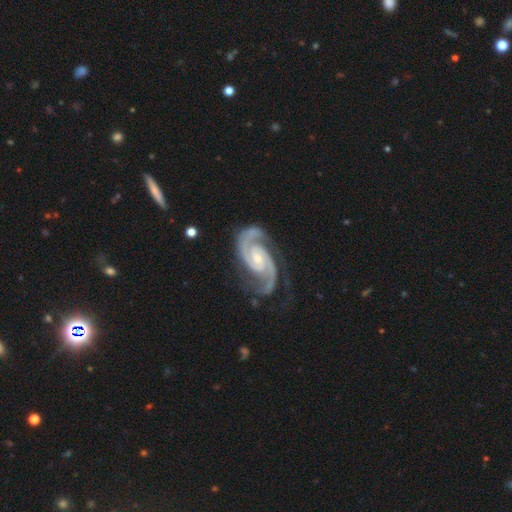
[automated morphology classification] Smooth or featured? featured or disk (93%)
Edge-on disk? no (98%)
Bar? no (55%)
Spiral arms? yes (99%)
Spiral winding? medium (56%)
Spiral arm count? 2 (93%)
Bulge size? small (56%)
Merging? none (77%)